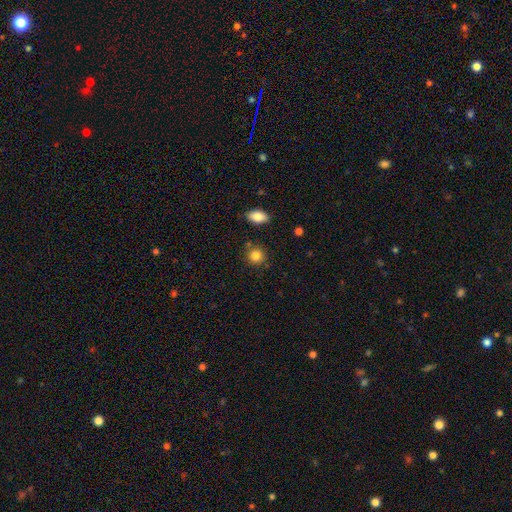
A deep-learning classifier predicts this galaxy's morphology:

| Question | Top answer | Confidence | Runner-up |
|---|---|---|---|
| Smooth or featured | smooth | 85% | star or artifact (10%) |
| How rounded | round | 86% | in between (13%) |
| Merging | none | 83% | minor disturbance (9%) |